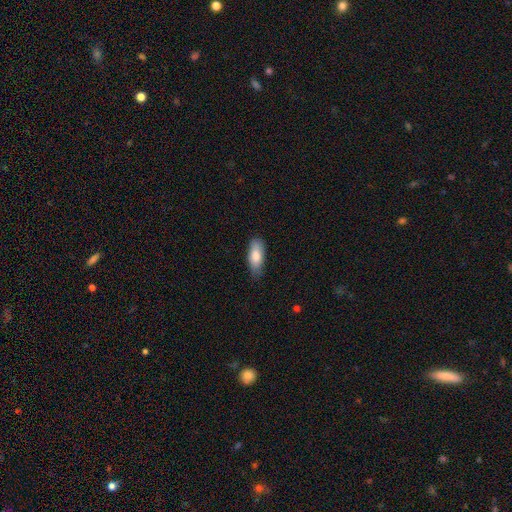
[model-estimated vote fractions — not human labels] This appears to be a smooth galaxy with no disk features (80%) that is in between round and cigar-shaped (79%). Merging: none (72%).